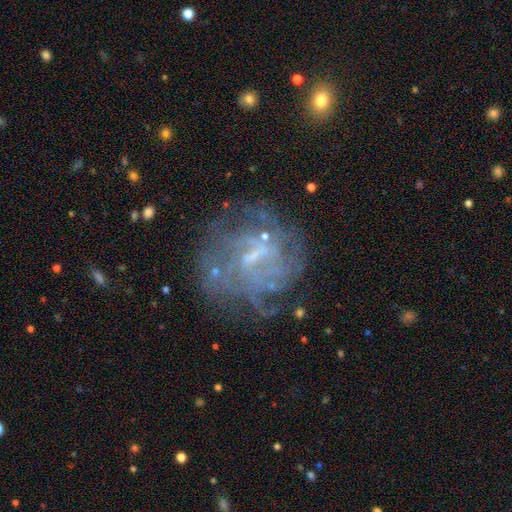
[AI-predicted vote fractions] This is likely a featured or disk galaxy (76%). It is clearly not viewed edge-on (97%). Bar: possibly weak (52%). Spiral arm pattern: likely yes (68%). Central bulge: marginally small (40%). Merging: possibly none (59%).